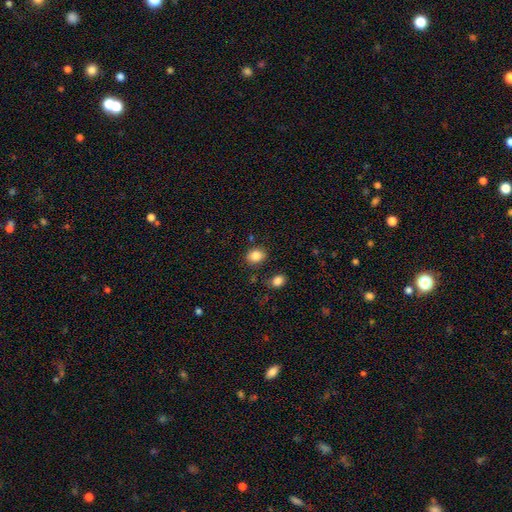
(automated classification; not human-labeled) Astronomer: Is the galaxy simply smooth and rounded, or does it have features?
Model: smooth — 85%.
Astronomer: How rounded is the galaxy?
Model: round — 51% (runner-up: in between, 48%).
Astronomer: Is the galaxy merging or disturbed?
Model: none — 82%.